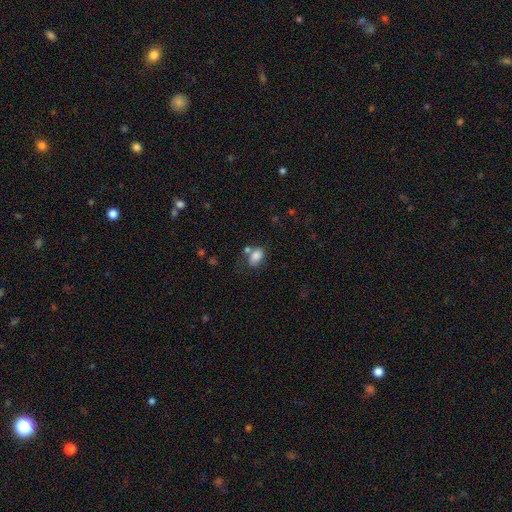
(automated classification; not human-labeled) smooth-or-featured: smooth: 82% | star or artifact: 9% | featured or disk: 9%
  how-rounded: in between: 84% | round: 15% | cigar-shaped: 1%
  merging: none: 49% | merger: 21% | minor disturbance: 21% | major disturbance: 9%